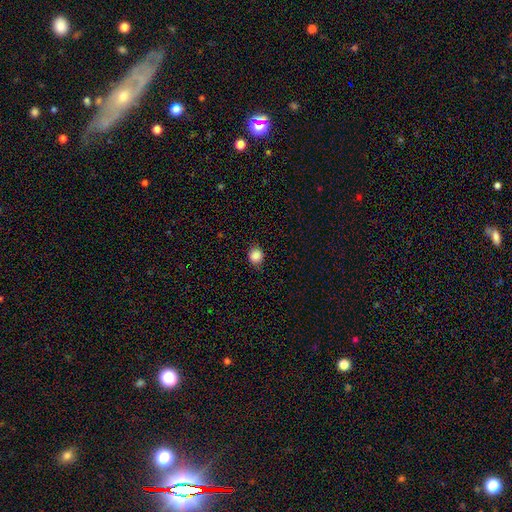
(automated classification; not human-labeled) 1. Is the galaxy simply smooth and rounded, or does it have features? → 87% smooth, 10% star or artifact, 3% featured or disk.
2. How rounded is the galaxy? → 80% round, 19% in between, 1% cigar-shaped.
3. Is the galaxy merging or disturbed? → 84% none, 12% minor disturbance, 3% major disturbance, 1% merger.